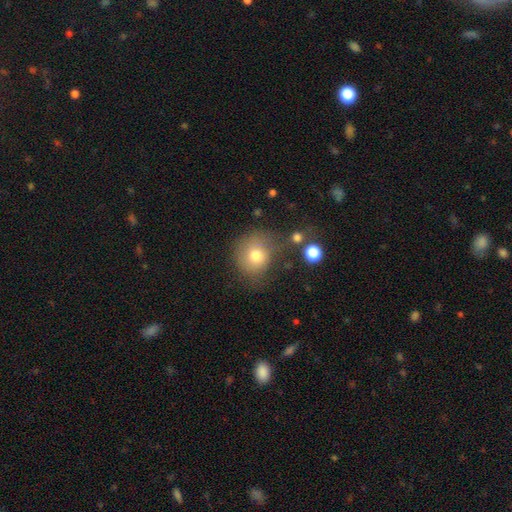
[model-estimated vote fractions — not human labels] smooth 75%, featured or disk 13%, star or artifact 11%. Down the decision tree: how rounded — round (81%); merging — none (56%).